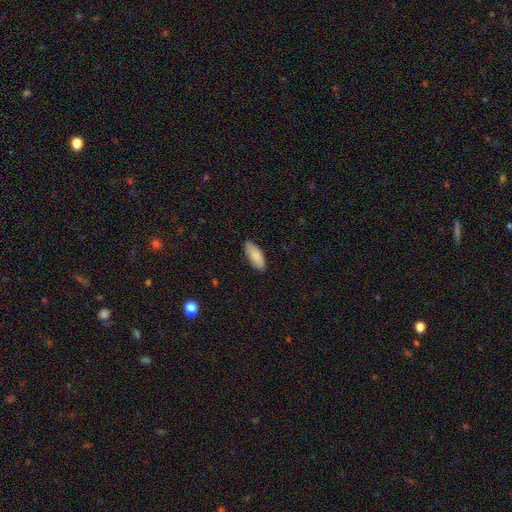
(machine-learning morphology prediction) type=smooth (86%); roundness=in between (80%); merging=none (85%).